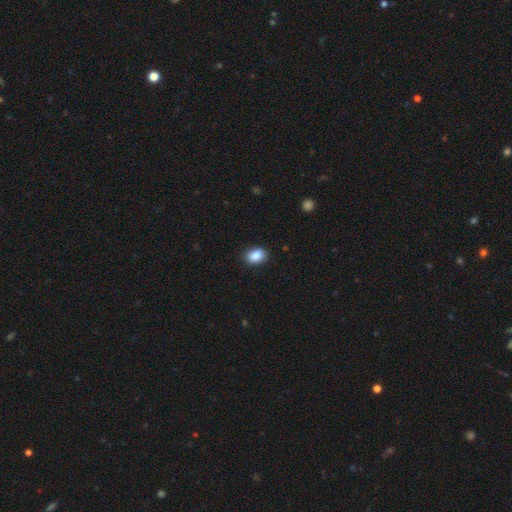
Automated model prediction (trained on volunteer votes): smooth-or-featured: smooth: 89% | star or artifact: 8% | featured or disk: 3%
  how-rounded: in between: 80% | round: 19% | cigar-shaped: 1%
  merging: none: 85% | minor disturbance: 11% | major disturbance: 2% | merger: 1%